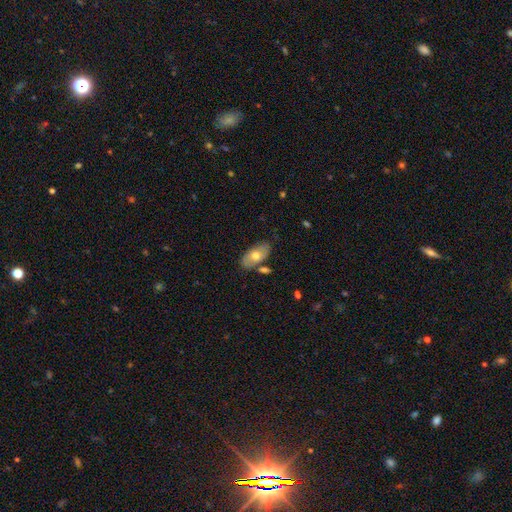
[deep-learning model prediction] The model was most divided on "smooth or featured": smooth: 66%, featured or disk: 28%, star or artifact: 6%. More confident: how rounded — in between (93%); merging — none (74%).